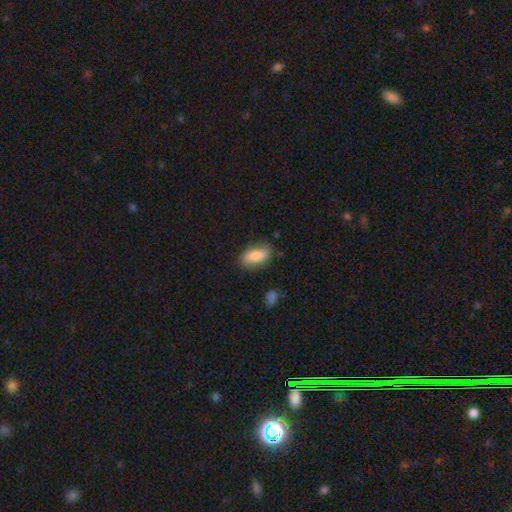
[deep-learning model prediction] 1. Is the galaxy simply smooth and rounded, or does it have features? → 76% smooth, 17% featured or disk, 7% star or artifact.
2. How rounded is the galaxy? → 86% in between, 10% cigar-shaped, 4% round.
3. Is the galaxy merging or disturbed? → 73% none, 20% minor disturbance, 5% major disturbance, 2% merger.